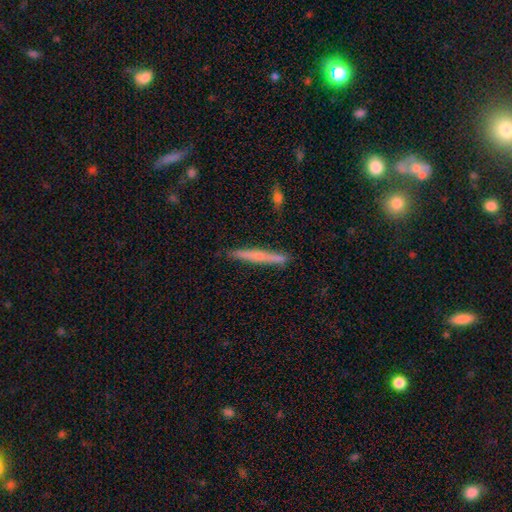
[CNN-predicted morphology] This appears to be a smooth galaxy with no disk features (54%) that is cigar-shaped (96%). Merging: none (86%).